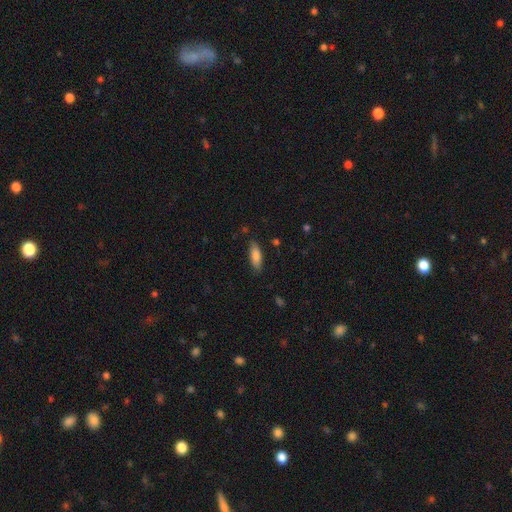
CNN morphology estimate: A smooth galaxy with no disk features (83%) that is in between round and cigar-shaped (65%).

Vote fractions:
- Smooth or featured? smooth: 83% / featured or disk: 11% / star or artifact: 6%
- How rounded? in between: 65% / cigar-shaped: 33% / round: 2%
- Merging? none: 82% / minor disturbance: 14% / major disturbance: 3% / merger: 2%